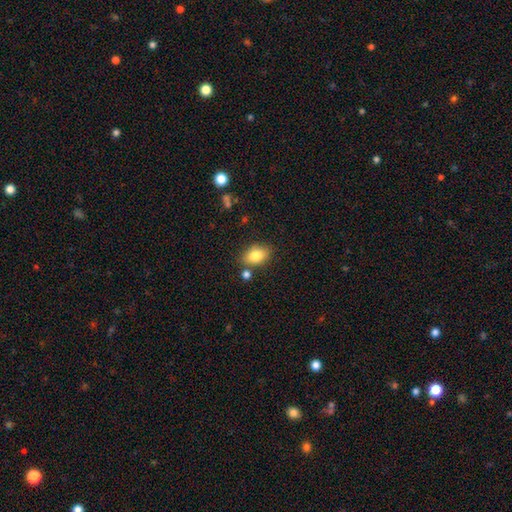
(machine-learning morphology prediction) A smooth galaxy with no disk features (81%) that is in between round and cigar-shaped (81%). Merging: none (76%).